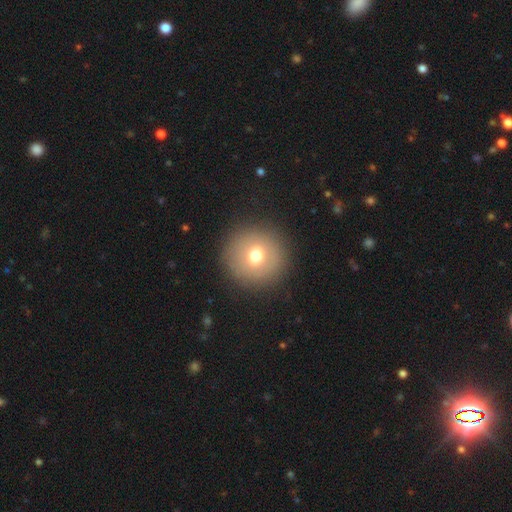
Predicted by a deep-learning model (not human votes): smooth-or-featured: smooth: 70% | featured or disk: 19% | star or artifact: 12%
  how-rounded: round: 94% | in between: 5% | cigar-shaped: 1%
  merging: none: 89% | minor disturbance: 6% | major disturbance: 3% | merger: 1%